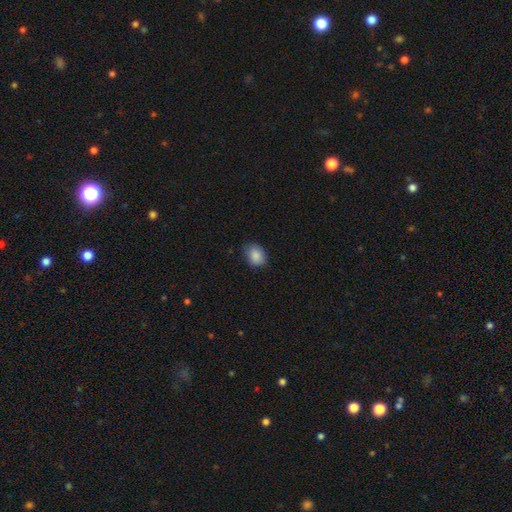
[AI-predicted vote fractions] Overall: smooth (88%). How rounded: in between (59%; round 40%). Merging: none (75%).